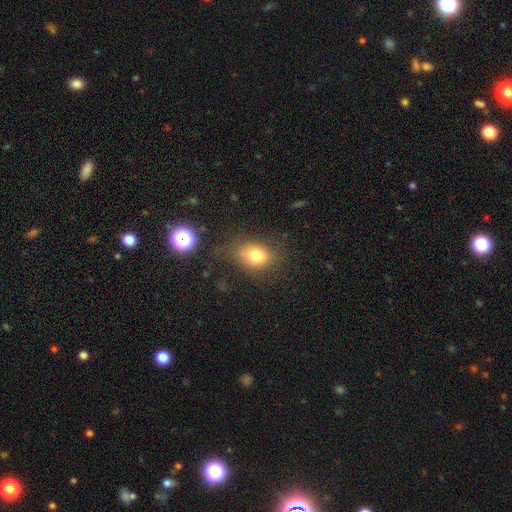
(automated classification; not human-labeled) Overall: smooth (75%). How rounded: in between (61%; round 38%). Merging: none (64%).